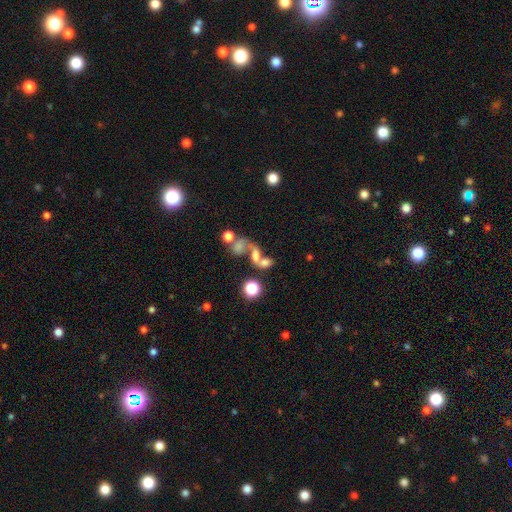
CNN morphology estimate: This is possibly a smooth galaxy (50%). Merging: possibly merger (59%).